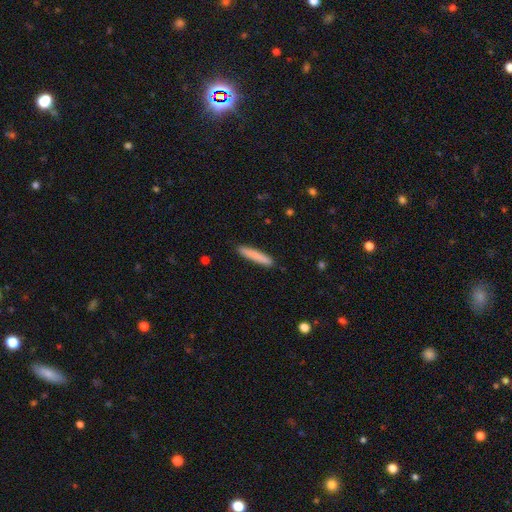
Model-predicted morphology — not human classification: type=smooth (83%); roundness=cigar-shaped (93%); merging=none (90%).